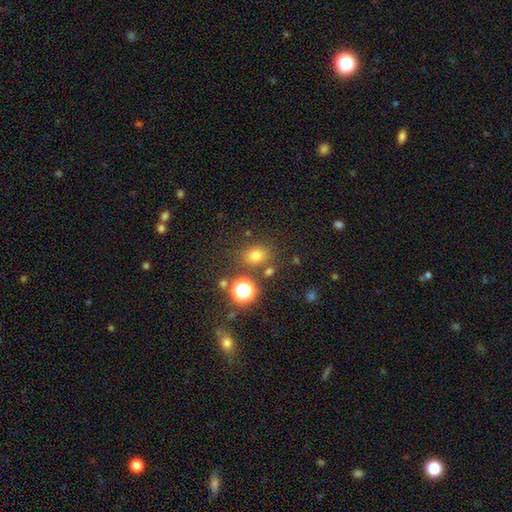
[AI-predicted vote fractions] Smooth or featured? smooth (72%)
How rounded? round (57%)
Merging? none (78%)